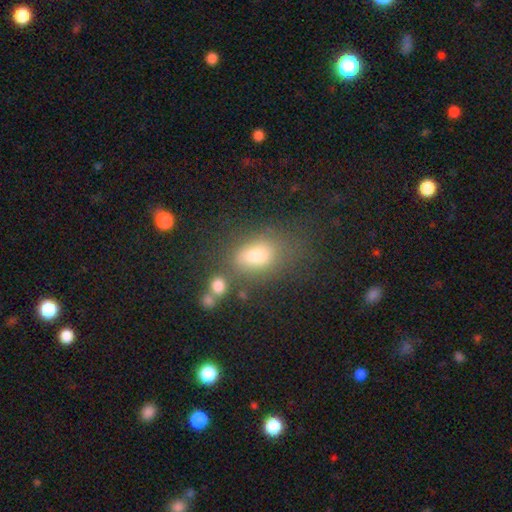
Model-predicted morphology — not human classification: Q: Smooth or featured?
A: smooth (71%); runner-up: star or artifact (17%)
Q: How rounded?
A: in between (80%); runner-up: round (16%)
Q: Merging?
A: none (58%); runner-up: minor disturbance (18%)